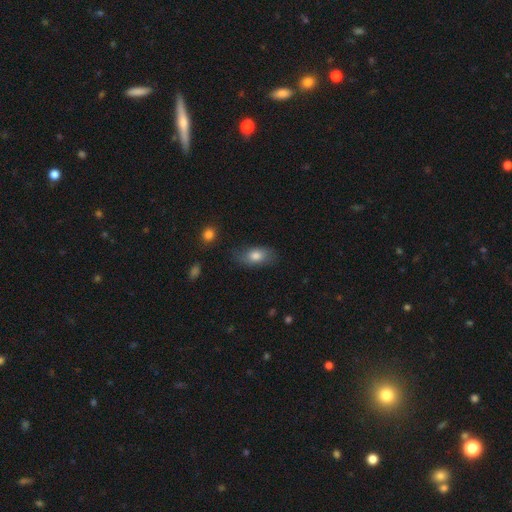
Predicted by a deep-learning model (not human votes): smooth 78%, featured or disk 14%, star or artifact 8%. Down the decision tree: how rounded — in between (87%); merging — none (73%).